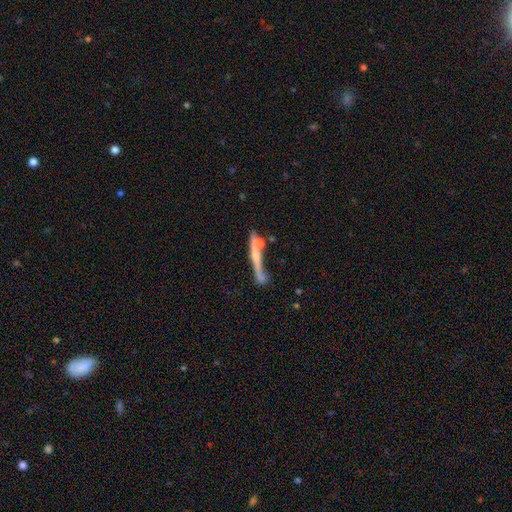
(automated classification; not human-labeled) smooth_or_featured: featured or disk (p=0.45) [alt: smooth p=0.37]
merging: none (p=0.42) [alt: merger p=0.33]